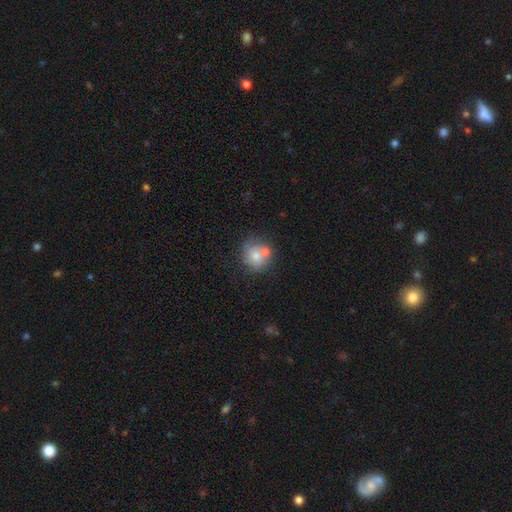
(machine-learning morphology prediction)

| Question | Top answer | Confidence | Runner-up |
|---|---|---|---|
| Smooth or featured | smooth | 64% | featured or disk (25%) |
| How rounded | round | 78% | in between (21%) |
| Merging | none | 49% | merger (30%) |